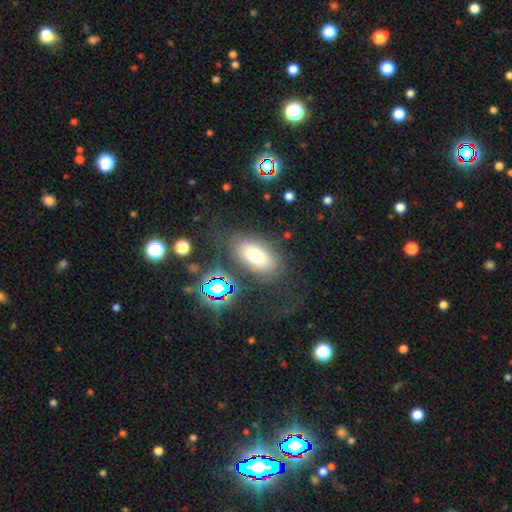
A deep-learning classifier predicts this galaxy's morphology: A smooth galaxy with no disk features (65%) that is in between round and cigar-shaped (88%).

Vote fractions:
- Smooth or featured? smooth: 65% / featured or disk: 20% / star or artifact: 15%
- How rounded? in between: 88% / round: 9% / cigar-shaped: 3%
- Merging? none: 72% / minor disturbance: 15% / major disturbance: 10% / merger: 3%